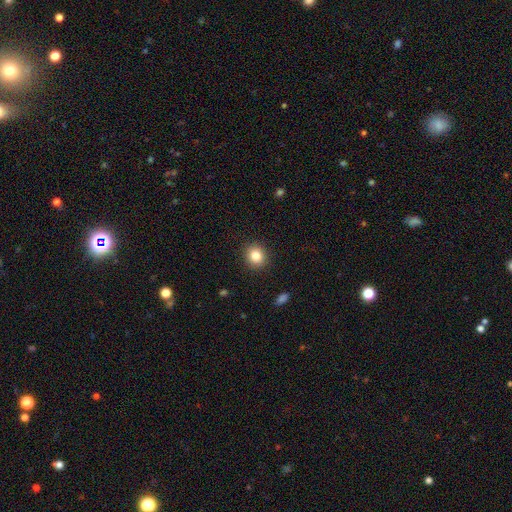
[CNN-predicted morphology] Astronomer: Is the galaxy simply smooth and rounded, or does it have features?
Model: smooth — 83%.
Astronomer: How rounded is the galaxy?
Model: round — 83%.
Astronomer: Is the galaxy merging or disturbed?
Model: none — 91%.